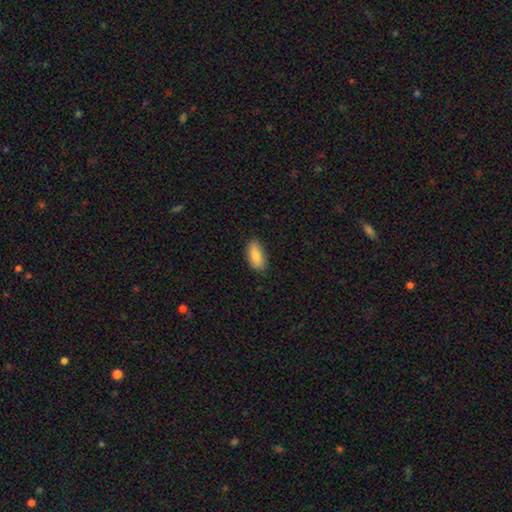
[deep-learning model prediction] This appears to be a smooth galaxy with no disk features (83%) that is in between round and cigar-shaped (86%). Merging: none (83%).